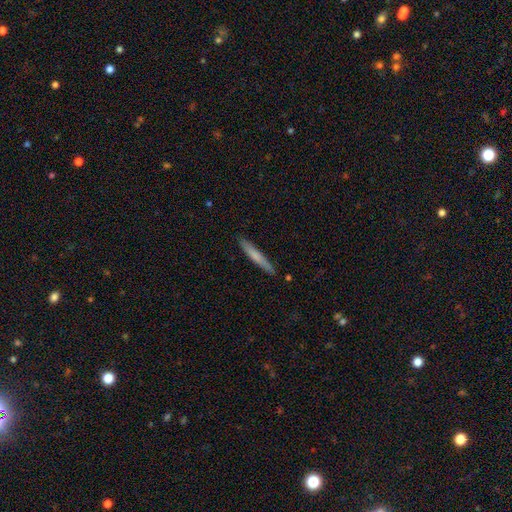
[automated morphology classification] A smooth galaxy with no disk features (67%) that is cigar-shaped (95%).

Vote fractions:
- Smooth or featured? smooth: 67% / featured or disk: 27% / star or artifact: 6%
- How rounded? cigar-shaped: 95% / in between: 4% / round: 1%
- Merging? none: 87% / minor disturbance: 9% / major disturbance: 2% / merger: 2%